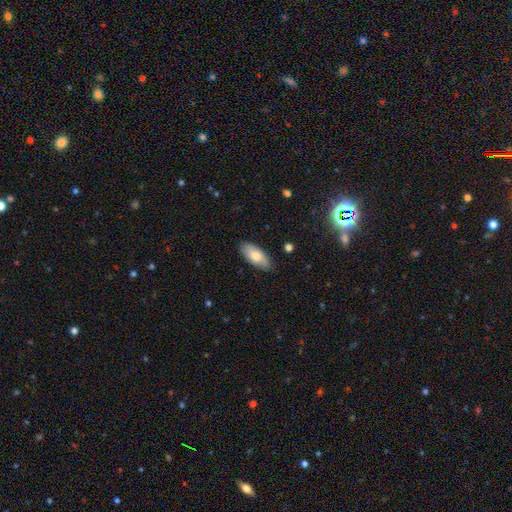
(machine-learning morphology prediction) Smooth or featured? smooth (72%)
How rounded? in between (90%)
Merging? none (85%)